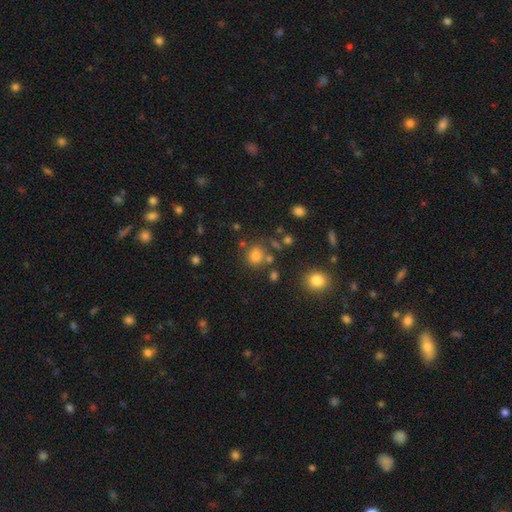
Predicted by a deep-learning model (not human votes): This appears to be a smooth galaxy with no disk features (77%) that is round (70%). Merging: none (68%).